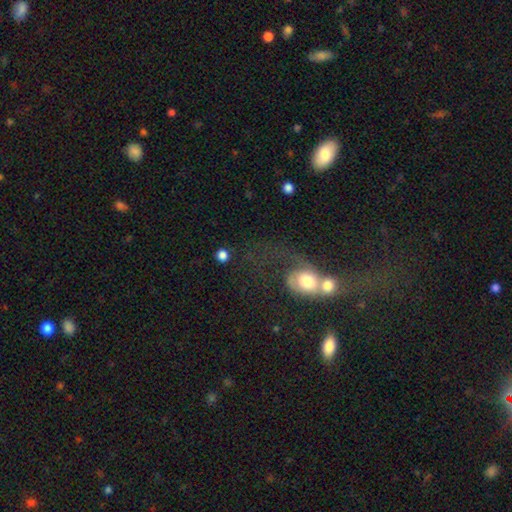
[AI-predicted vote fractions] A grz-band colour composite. It shows a featured or disk galaxy (43%). Merging: merger (46%).